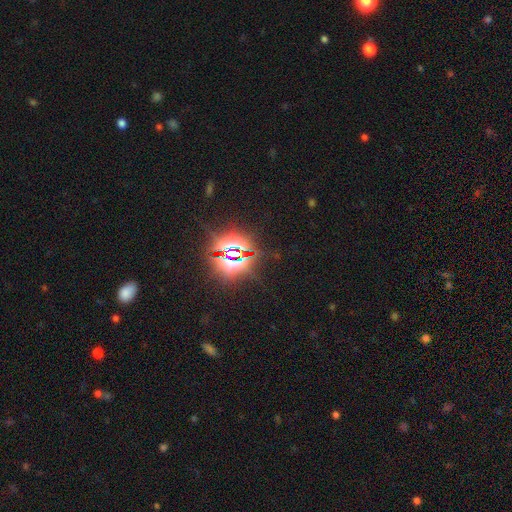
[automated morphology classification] Overall: star or artifact (83%).